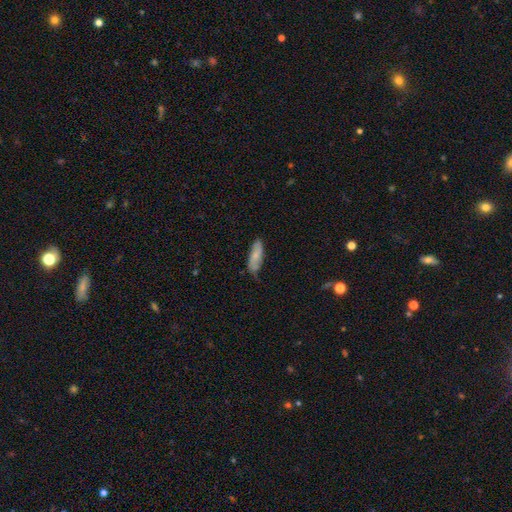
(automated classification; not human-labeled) Smooth or featured: smooth — 72% (featured or disk — 21%)
How rounded: in between — 60% (cigar-shaped — 38%)
Merging: none — 69% (minor disturbance — 25%)